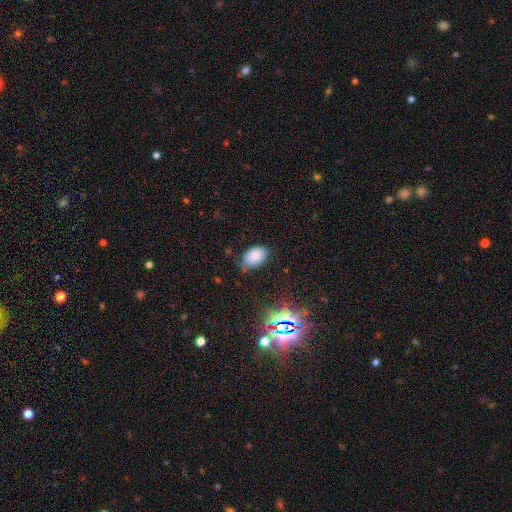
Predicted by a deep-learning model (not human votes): Morphology: type=smooth (80%); roundness=in between (90%); merging=none (68%).